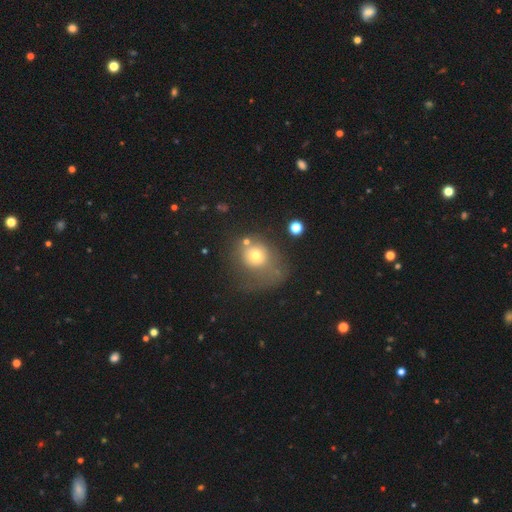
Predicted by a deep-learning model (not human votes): smooth-or-featured: smooth: 66% | featured or disk: 21% | star or artifact: 13%
  how-rounded: round: 78% | in between: 21% | cigar-shaped: 1%
  merging: none: 36% | major disturbance: 31% | minor disturbance: 23% | merger: 9%